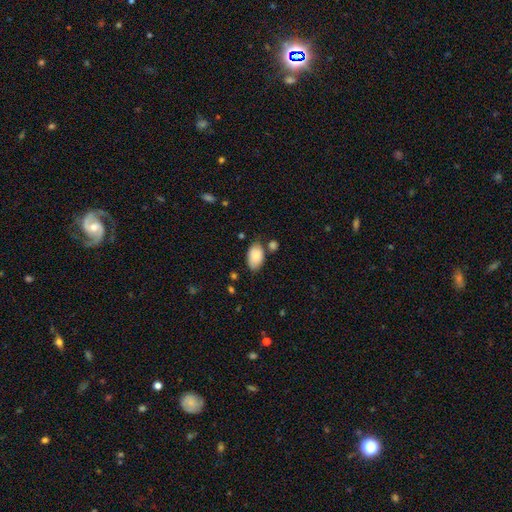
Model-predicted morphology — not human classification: Q: Smooth or featured?
A: smooth (84%); runner-up: featured or disk (9%)
Q: How rounded?
A: in between (94%); runner-up: round (5%)
Q: Merging?
A: none (70%); runner-up: minor disturbance (19%)